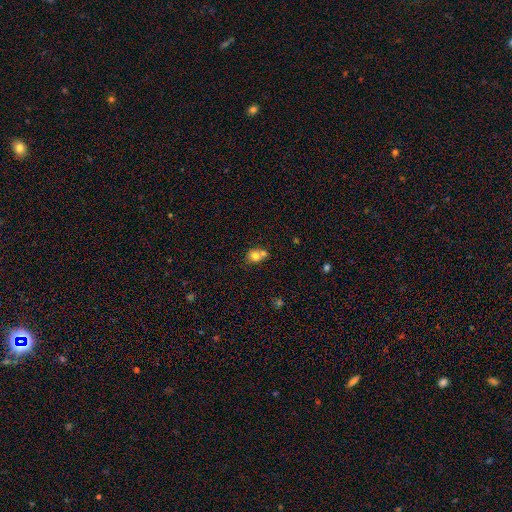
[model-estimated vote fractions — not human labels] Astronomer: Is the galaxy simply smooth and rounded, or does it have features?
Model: smooth — 76%.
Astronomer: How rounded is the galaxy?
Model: round — 69%.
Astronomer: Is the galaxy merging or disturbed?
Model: merger — 49% (runner-up: none, 38%).